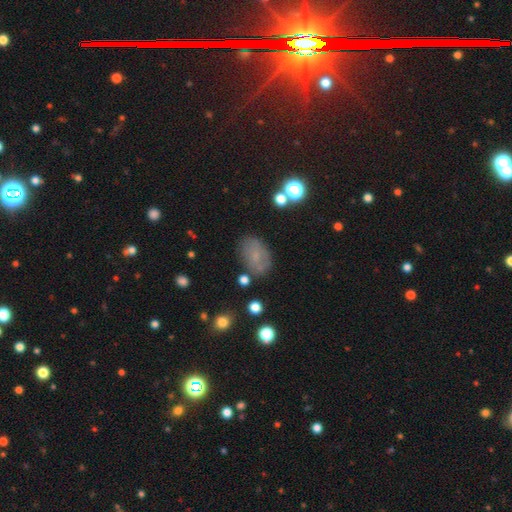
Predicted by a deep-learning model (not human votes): Q: Smooth or featured?
A: smooth (66%); runner-up: featured or disk (21%)
Q: How rounded?
A: in between (84%); runner-up: round (15%)
Q: Merging?
A: none (73%); runner-up: minor disturbance (17%)